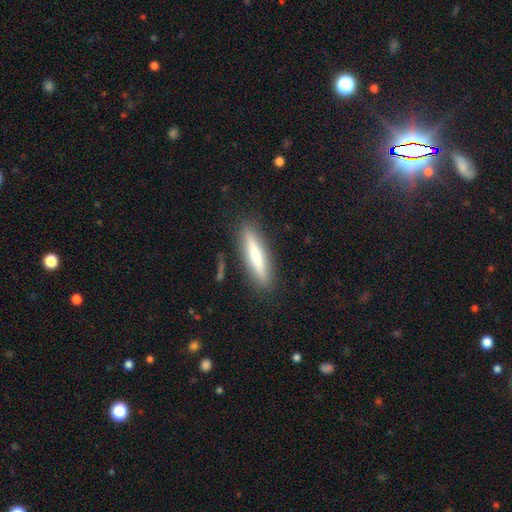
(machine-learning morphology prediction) Smooth or featured?
  - smooth: 58% *
  - featured or disk: 36%
  - star or artifact: 7%
How rounded?
  - cigar-shaped: 85% *
  - in between: 14%
  - round: 1%
Merging?
  - none: 86% *
  - minor disturbance: 9%
  - major disturbance: 3%
  - merger: 2%